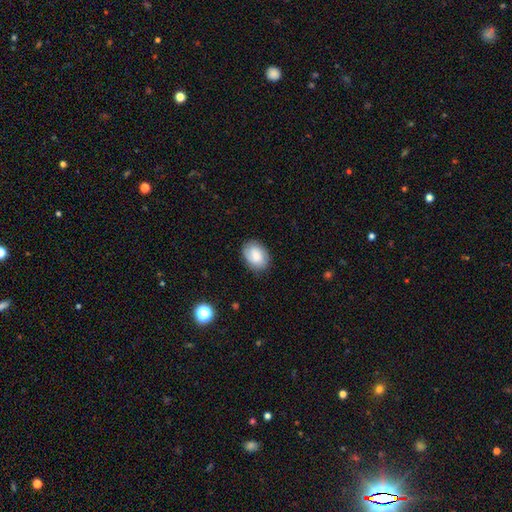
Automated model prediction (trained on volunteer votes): Smooth or featured? smooth (65%)
How rounded? in between (76%)
Merging? none (81%)